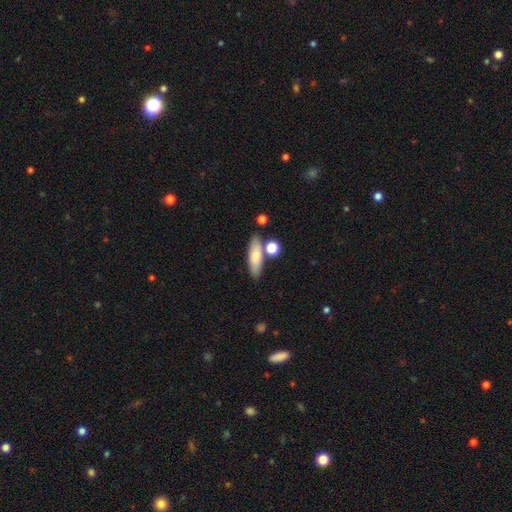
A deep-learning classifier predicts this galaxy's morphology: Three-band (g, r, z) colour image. It shows a smooth galaxy with no disk features (77%) that is in between round and cigar-shaped (53%). Merging: none (71%).